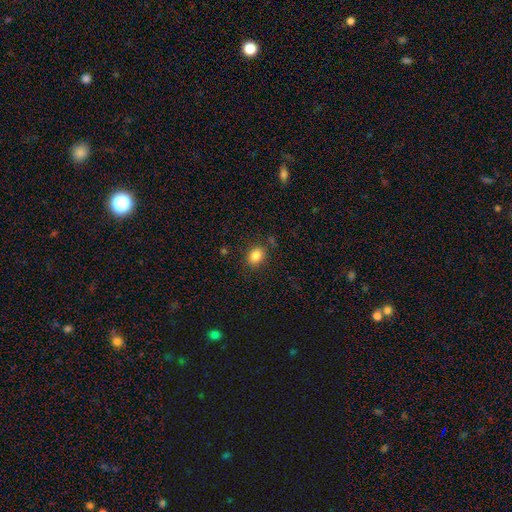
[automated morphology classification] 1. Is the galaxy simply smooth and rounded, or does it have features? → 85% smooth, 10% star or artifact, 5% featured or disk.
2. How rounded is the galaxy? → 61% in between, 38% round, 1% cigar-shaped.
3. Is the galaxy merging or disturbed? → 82% none, 12% minor disturbance, 4% major disturbance, 3% merger.